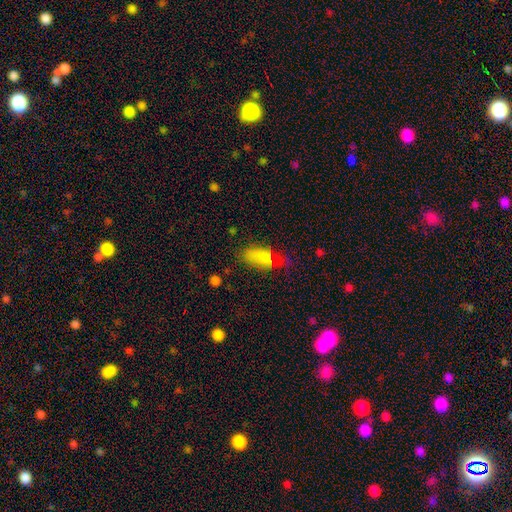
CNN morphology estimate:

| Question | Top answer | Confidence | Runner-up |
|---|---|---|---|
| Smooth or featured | smooth | 55% | star or artifact (24%) |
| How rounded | in between | 68% | cigar-shaped (24%) |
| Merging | none | 58% | minor disturbance (25%) |